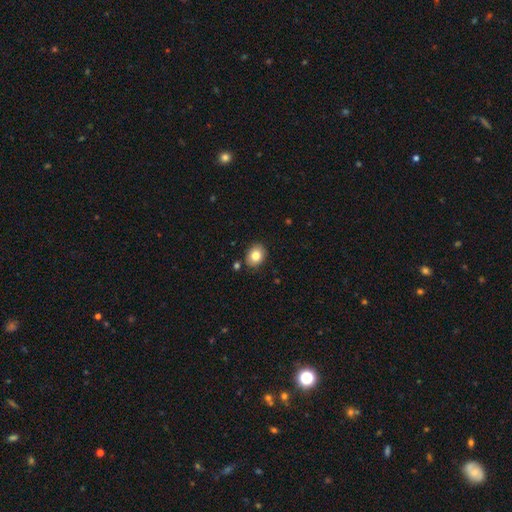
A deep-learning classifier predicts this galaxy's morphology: A smooth galaxy with no disk features (81%) that is in between round and cigar-shaped (55%). Merging: none (85%).